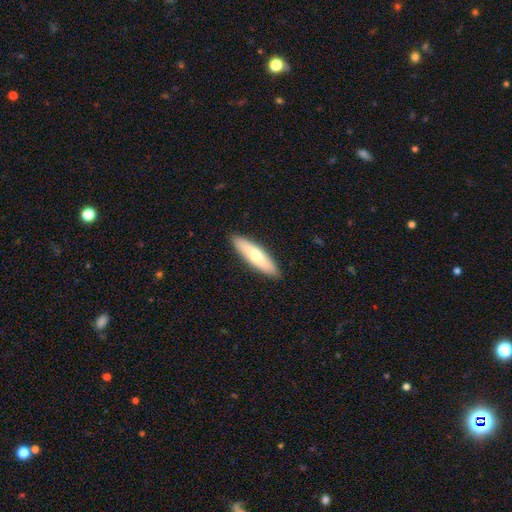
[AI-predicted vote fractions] Morphology: type=smooth (63%); roundness=cigar-shaped (66%); merging=none (90%).